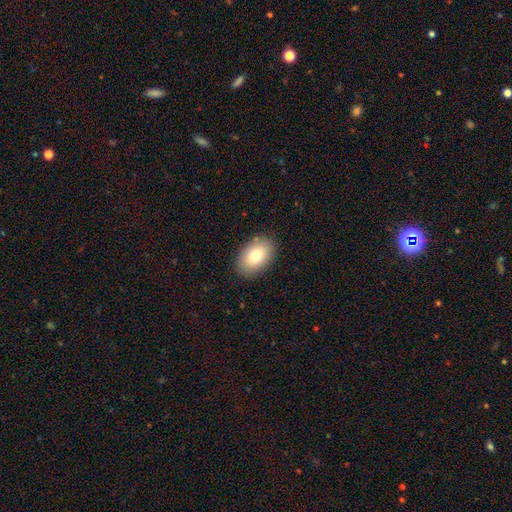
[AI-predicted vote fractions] Smooth or featured? smooth (80%)
How rounded? in between (90%)
Merging? none (88%)